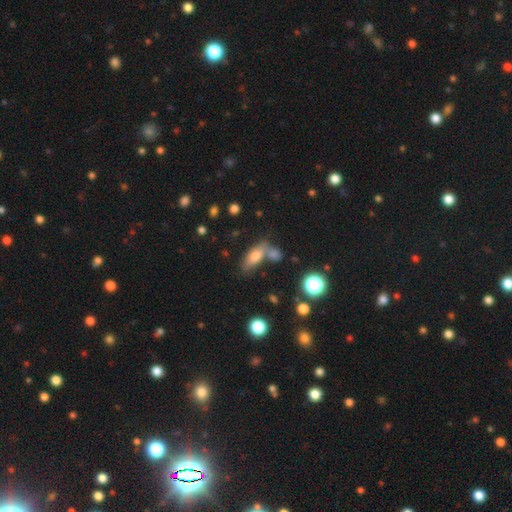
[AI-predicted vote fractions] Smooth or featured? Predicted: smooth (p=0.72). How rounded? Predicted: in between (p=0.72). Merging? Predicted: none (p=0.49).